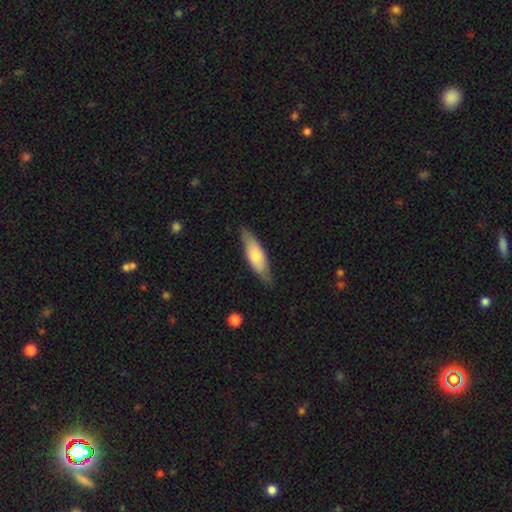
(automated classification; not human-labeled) Overall: smooth (62%; featured or disk 33%). How rounded: in between (52%; cigar-shaped 46%). Merging: none (77%).